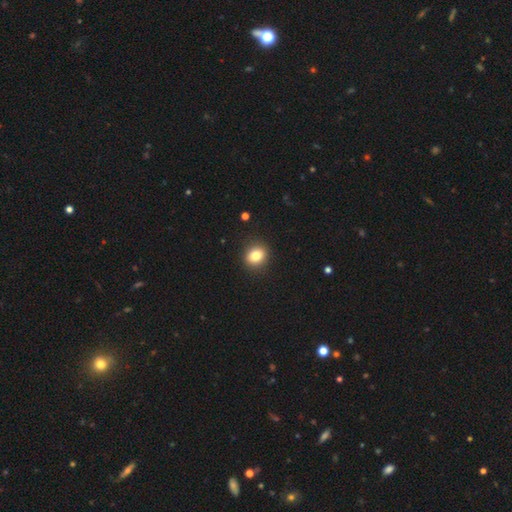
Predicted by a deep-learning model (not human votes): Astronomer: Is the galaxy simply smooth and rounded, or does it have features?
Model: smooth — 83%.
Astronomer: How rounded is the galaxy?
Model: round — 65%.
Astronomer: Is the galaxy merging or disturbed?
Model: none — 91%.